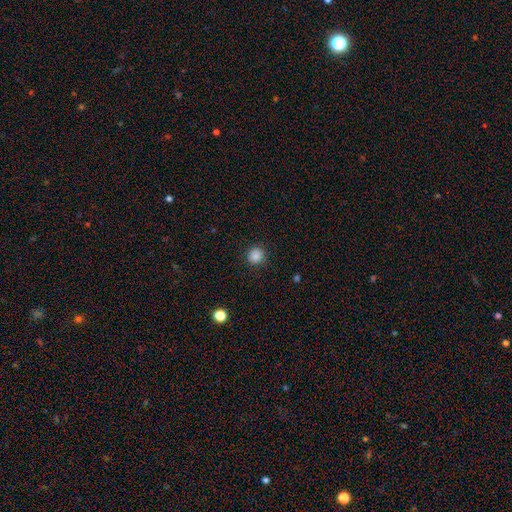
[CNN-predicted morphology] A smooth galaxy with no disk features (86%) that is round (91%).

Vote fractions:
- Smooth or featured? smooth: 86% / star or artifact: 11% / featured or disk: 3%
- How rounded? round: 91% / in between: 8% / cigar-shaped: 1%
- Merging? none: 90% / minor disturbance: 7% / major disturbance: 3% / merger: 1%